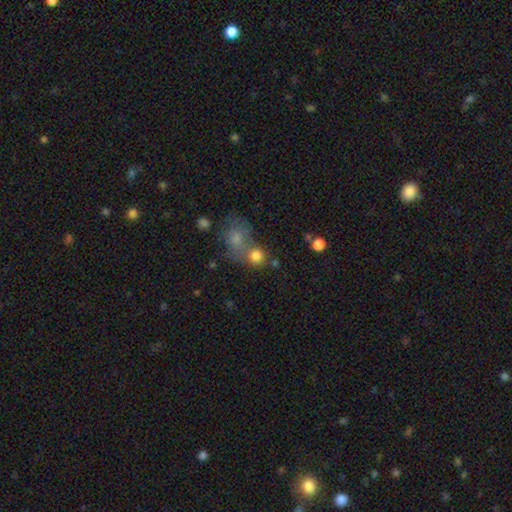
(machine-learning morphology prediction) Smooth or featured? smooth (80%)
How rounded? round (81%)
Merging? none (44%)